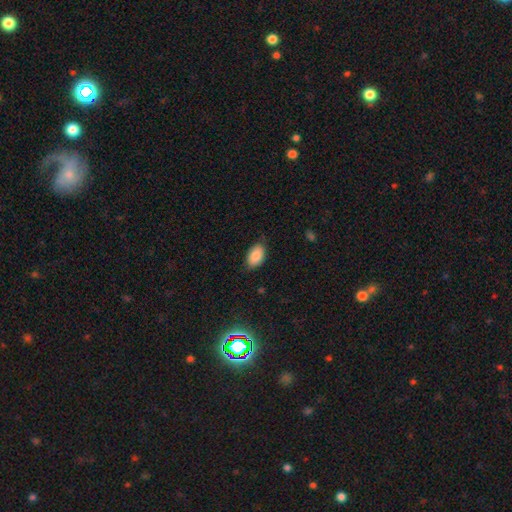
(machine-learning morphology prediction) Q: Smooth or featured?
A: smooth (87%); runner-up: star or artifact (7%)
Q: How rounded?
A: in between (92%); runner-up: round (7%)
Q: Merging?
A: none (80%); runner-up: minor disturbance (16%)